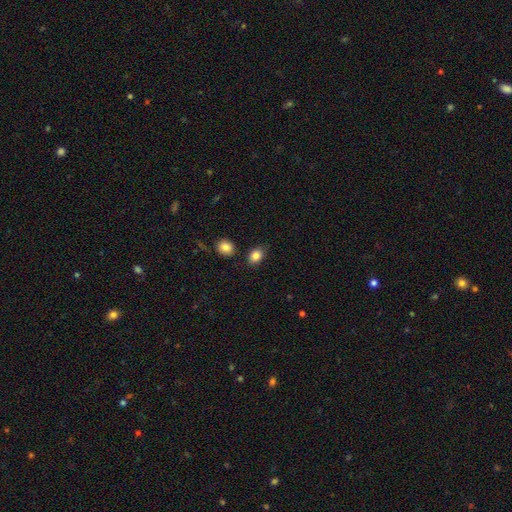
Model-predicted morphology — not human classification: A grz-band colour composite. It shows a smooth galaxy with no disk features (85%) that is in between round and cigar-shaped (68%). Merging: none (80%).